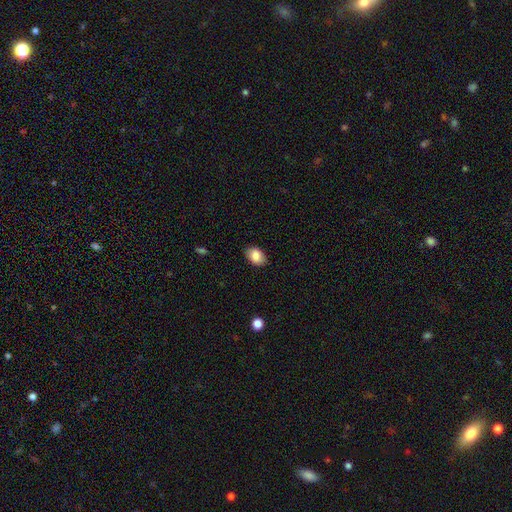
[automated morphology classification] smooth-or-featured: smooth: 86% | star or artifact: 8% | featured or disk: 7%
  how-rounded: in between: 82% | round: 17% | cigar-shaped: 1%
  merging: none: 86% | minor disturbance: 11% | major disturbance: 2% | merger: 1%